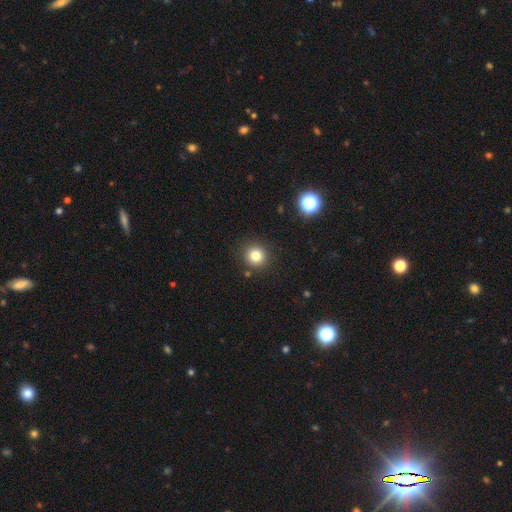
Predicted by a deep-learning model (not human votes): Morphology: type=smooth (80%); roundness=round (92%); merging=none (89%).